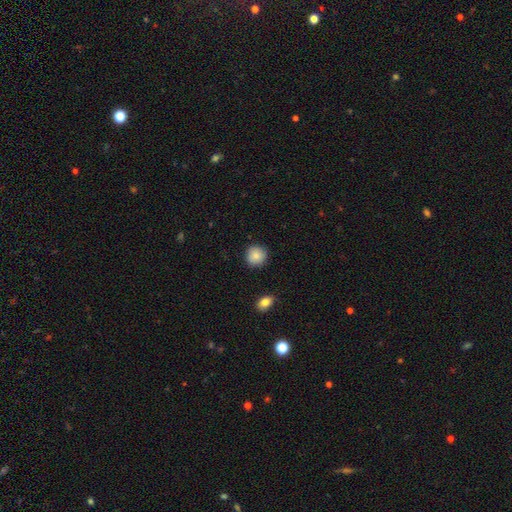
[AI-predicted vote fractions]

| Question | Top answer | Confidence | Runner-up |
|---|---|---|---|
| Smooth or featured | smooth | 86% | star or artifact (8%) |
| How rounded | round | 91% | in between (8%) |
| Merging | none | 87% | minor disturbance (10%) |